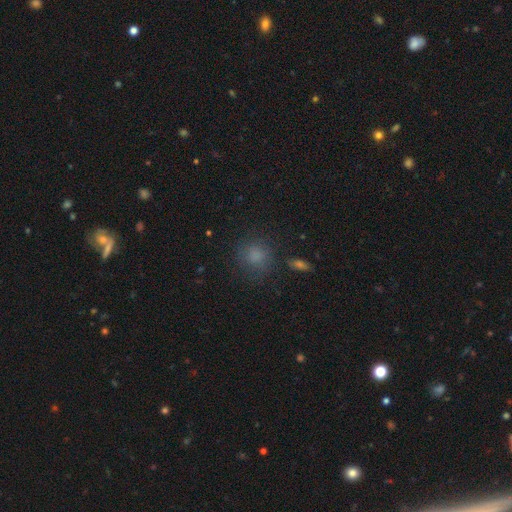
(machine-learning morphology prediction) The model was most divided on "merging": none: 74%, minor disturbance: 16%, major disturbance: 7%, merger: 3%. More confident: how rounded — round (82%); smooth or featured — smooth (78%).